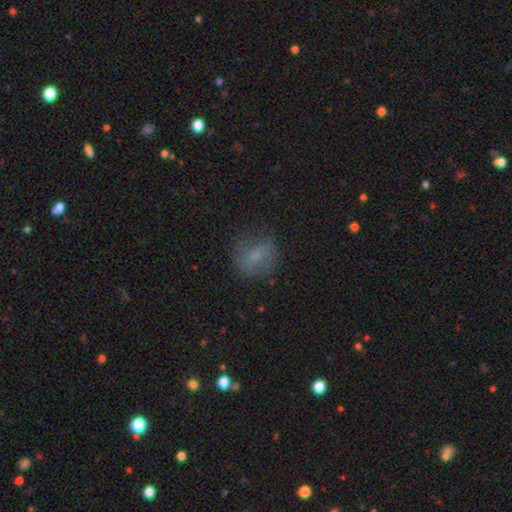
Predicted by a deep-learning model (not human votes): This appears to be a smooth galaxy with no disk features (64%) that is round (61%). Merging: none (65%).